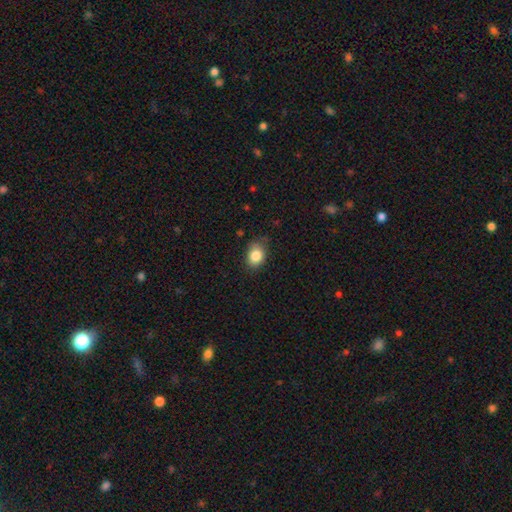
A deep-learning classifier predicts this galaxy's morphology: Q: Smooth or featured?
A: smooth (85%); runner-up: star or artifact (9%)
Q: How rounded?
A: in between (62%); runner-up: round (37%)
Q: Merging?
A: none (76%); runner-up: minor disturbance (19%)